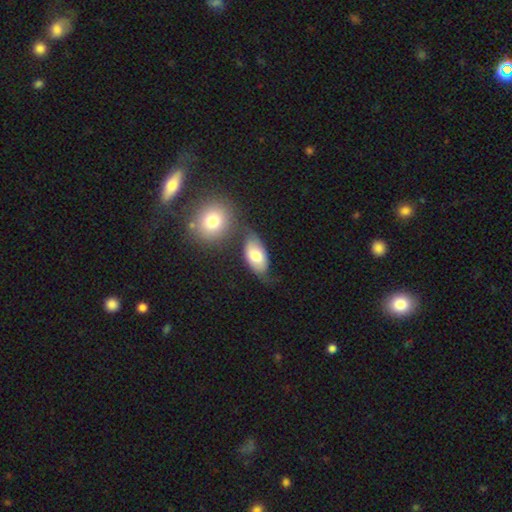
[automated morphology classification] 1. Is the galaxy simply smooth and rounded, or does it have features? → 70% smooth, 23% featured or disk, 6% star or artifact.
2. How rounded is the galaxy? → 91% in between, 6% round, 3% cigar-shaped.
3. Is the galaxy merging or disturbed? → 54% none, 20% minor disturbance, 19% merger, 7% major disturbance.